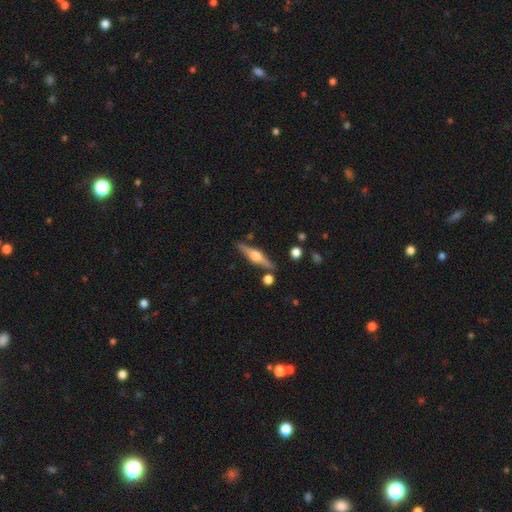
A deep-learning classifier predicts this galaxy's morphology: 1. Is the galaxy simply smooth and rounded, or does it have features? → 76% featured or disk, 18% smooth, 6% star or artifact.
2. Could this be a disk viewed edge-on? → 97% yes, 3% no.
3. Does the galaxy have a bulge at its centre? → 93% rounded, 5% boxy, 2% none.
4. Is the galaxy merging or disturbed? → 85% none, 9% minor disturbance, 4% merger, 2% major disturbance.